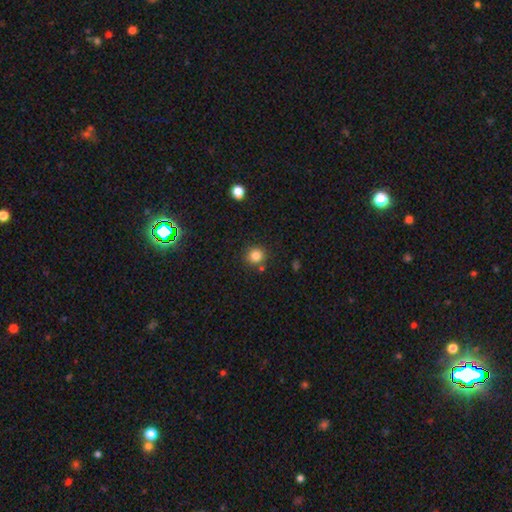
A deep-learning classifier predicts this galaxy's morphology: smooth-or-featured: smooth: 82% | star or artifact: 12% | featured or disk: 5%
  how-rounded: round: 91% | in between: 8% | cigar-shaped: 1%
  merging: none: 84% | minor disturbance: 8% | merger: 6% | major disturbance: 2%